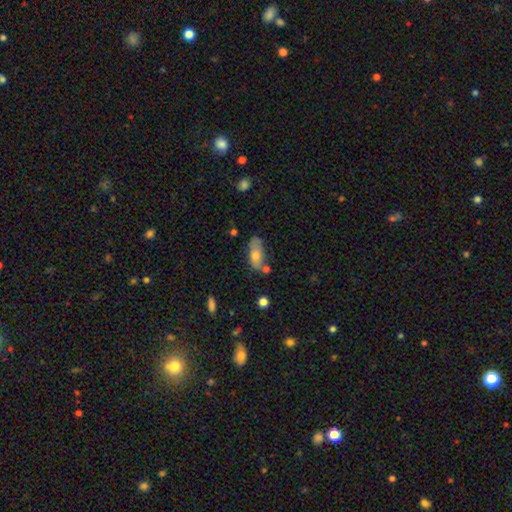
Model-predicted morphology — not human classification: This appears to be a smooth galaxy with no disk features (70%) that is in between round and cigar-shaped (84%). Merging: none (54%).